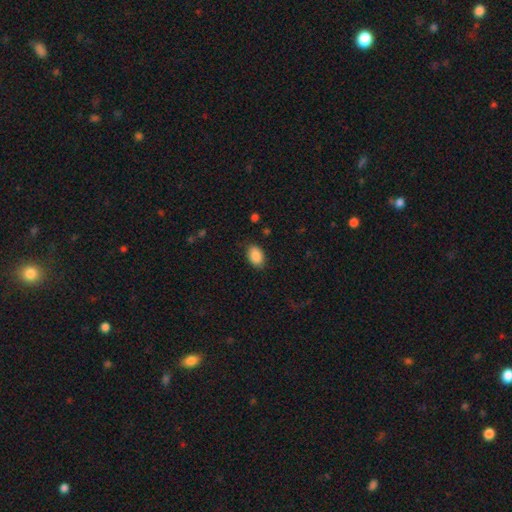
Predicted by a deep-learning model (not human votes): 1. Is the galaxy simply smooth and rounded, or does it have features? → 89% smooth, 7% star or artifact, 4% featured or disk.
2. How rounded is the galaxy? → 87% in between, 11% round, 1% cigar-shaped.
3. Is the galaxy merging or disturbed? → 85% none, 11% minor disturbance, 3% major disturbance, 1% merger.